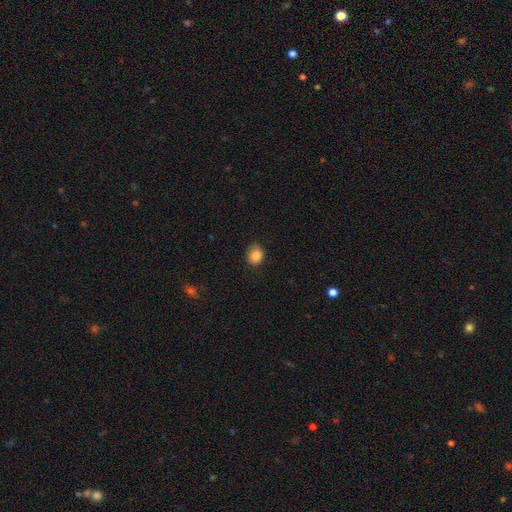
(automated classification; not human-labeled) A smooth galaxy with no disk features (84%) that is round (66%). Merging: none (76%).